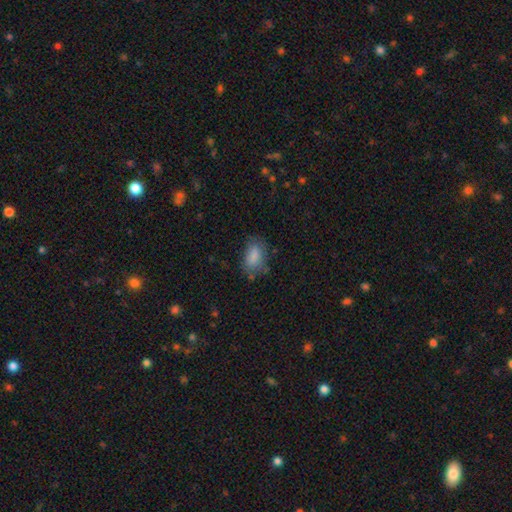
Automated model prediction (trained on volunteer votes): The model was most divided on "merging": none: 70%, minor disturbance: 21%, major disturbance: 7%, merger: 2%. More confident: how rounded — in between (89%); smooth or featured — smooth (81%).